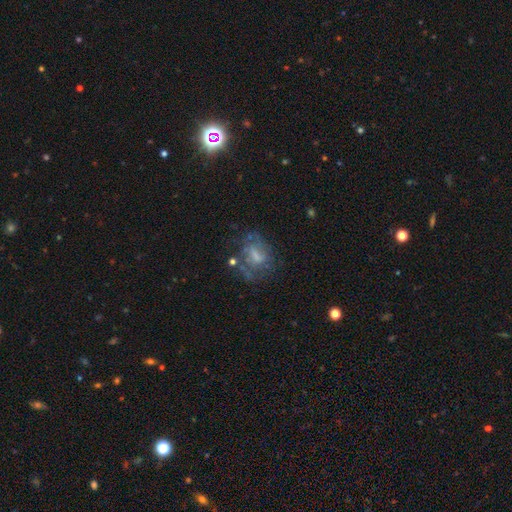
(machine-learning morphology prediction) The model was most divided on "bar": weak: 44%, no: 43%, strong: 13%. Remaining: edge-on disk — no (96%); spiral arms — yes (64%); smooth or featured — featured or disk (57%); merging — none (57%); bulge size — moderate (33%).